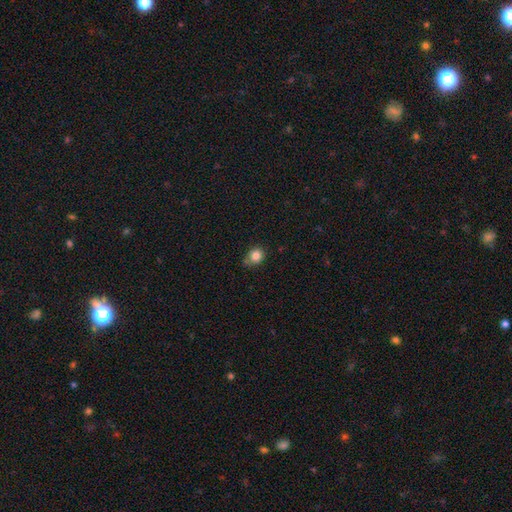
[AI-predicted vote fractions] This is clearly a smooth galaxy (83%). How rounded: likely round (79%). Merging: likely none (70%).